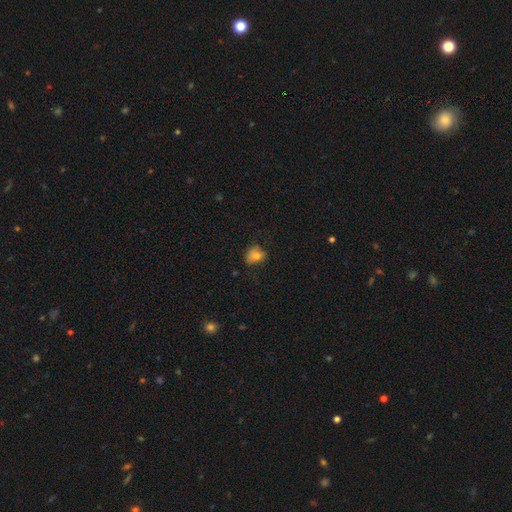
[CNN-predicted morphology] Smooth or featured?
  - smooth: 74% *
  - featured or disk: 15%
  - star or artifact: 11%
How rounded?
  - in between: 54% *
  - round: 45%
  - cigar-shaped: 1%
Merging?
  - none: 53% *
  - minor disturbance: 32%
  - major disturbance: 12%
  - merger: 3%